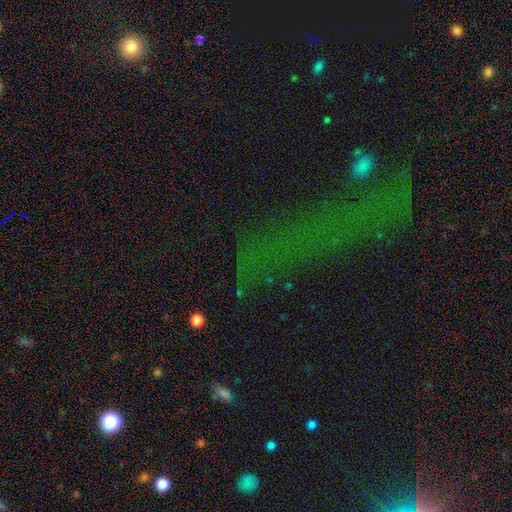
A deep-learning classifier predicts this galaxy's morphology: A star or artifact, not a galaxy (65%).

Vote fractions:
- Smooth or featured? star or artifact: 65% / smooth: 20% / featured or disk: 15%